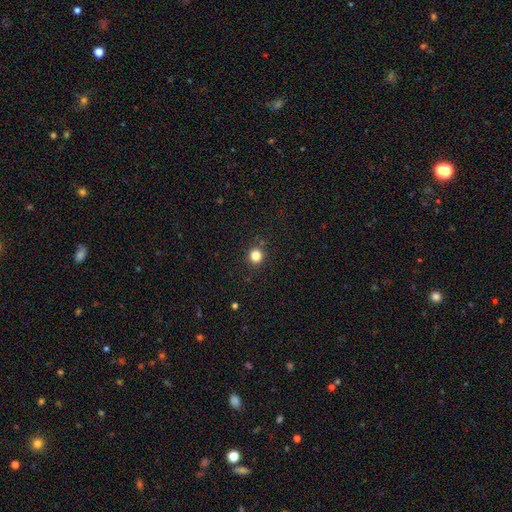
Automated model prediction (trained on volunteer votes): Smooth or featured: smooth — 83% (star or artifact — 13%)
How rounded: round — 92% (in between — 7%)
Merging: none — 90% (minor disturbance — 6%)